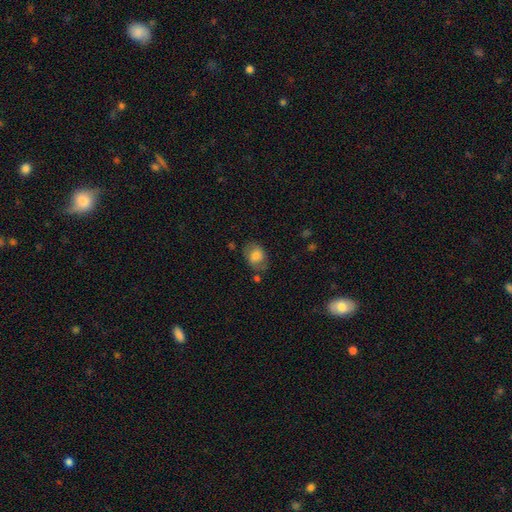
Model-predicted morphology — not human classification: This is likely a smooth galaxy (75%). How rounded: likely in between (66%). Merging: likely none (65%).